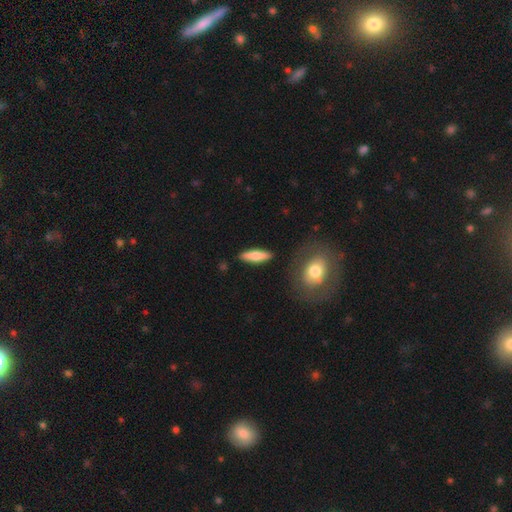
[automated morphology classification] This appears to be a smooth galaxy with no disk features (70%) that is cigar-shaped (67%). Merging: none (86%).